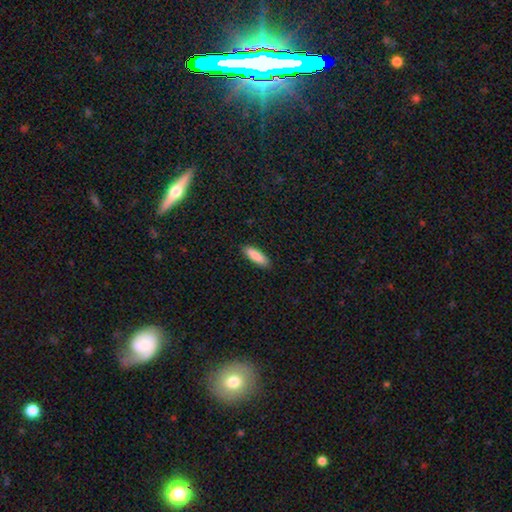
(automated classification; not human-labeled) Morphology: type=smooth (89%); roundness=cigar-shaped (51%); merging=none (89%).